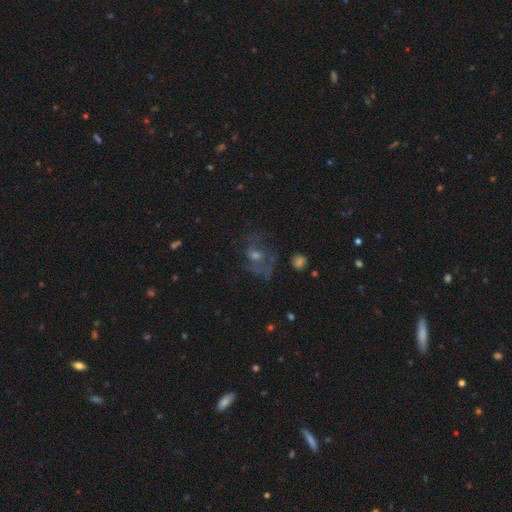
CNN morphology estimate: Smooth or featured? Predicted: featured or disk (p=0.49). Merging? Predicted: none (p=0.47).